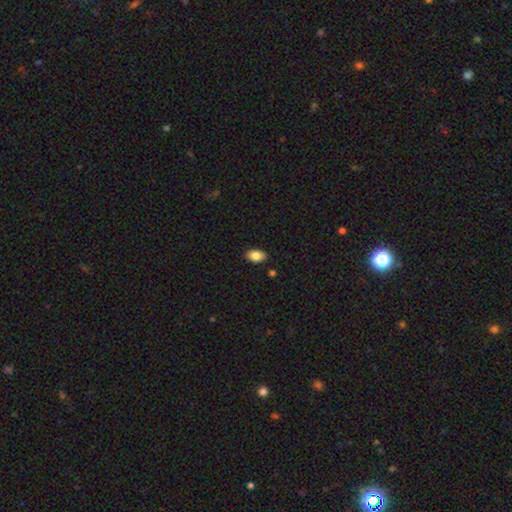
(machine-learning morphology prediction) This is clearly a smooth galaxy (84%). How rounded: clearly in between (89%). Merging: clearly none (87%).